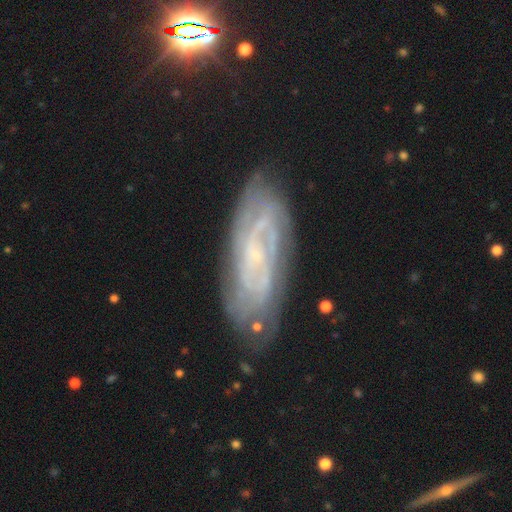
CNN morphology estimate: featured or disk 78%, smooth 13%, star or artifact 9%. Down the decision tree: edge-on disk — no (87%); bar — no (53%); spiral arms — yes (91%); spiral arm count — can't tell (47%); spiral winding — tight (63%); bulge size — small (70%); merging — none (77%).